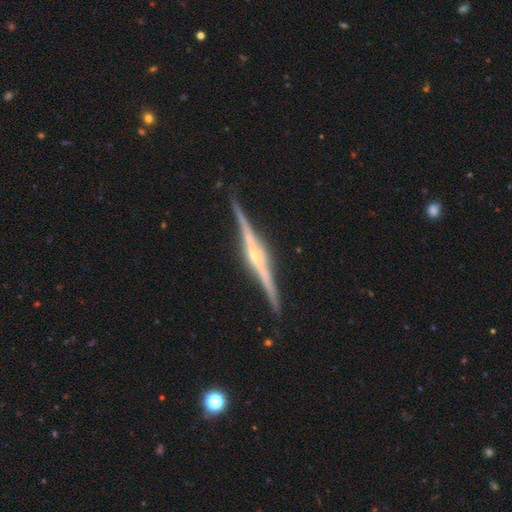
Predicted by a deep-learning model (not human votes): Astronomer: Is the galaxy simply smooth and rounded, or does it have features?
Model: featured or disk — 88%.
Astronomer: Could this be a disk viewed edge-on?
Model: yes — 98%.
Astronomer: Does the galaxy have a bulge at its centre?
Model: rounded — 74%.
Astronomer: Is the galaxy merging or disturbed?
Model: none — 89%.